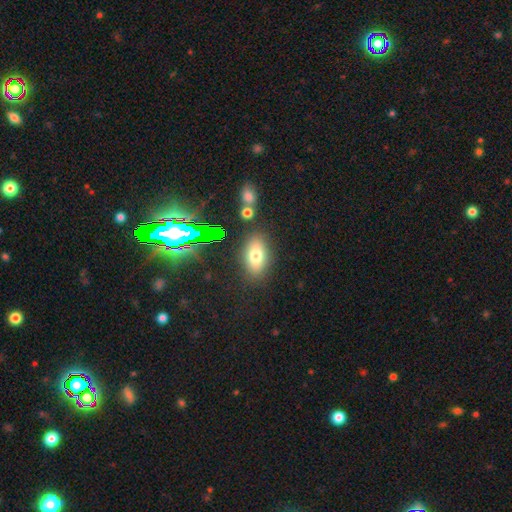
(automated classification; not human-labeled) Smooth or featured?
  - smooth: 69% *
  - star or artifact: 16%
  - featured or disk: 15%
How rounded?
  - in between: 86% *
  - round: 9%
  - cigar-shaped: 5%
Merging?
  - none: 83% *
  - minor disturbance: 10%
  - merger: 4%
  - major disturbance: 4%